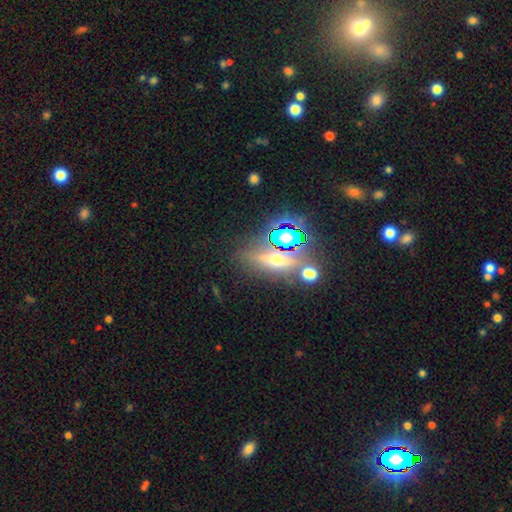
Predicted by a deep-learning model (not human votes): A star or artifact, not a galaxy (59%).

Vote fractions:
- Smooth or featured? star or artifact: 59% / smooth: 23% / featured or disk: 18%